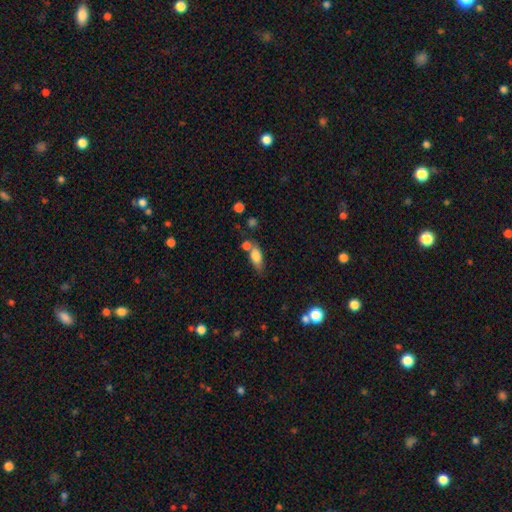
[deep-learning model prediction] This is likely a smooth galaxy (77%). How rounded: likely in between (75%). Merging: possibly none (47%).